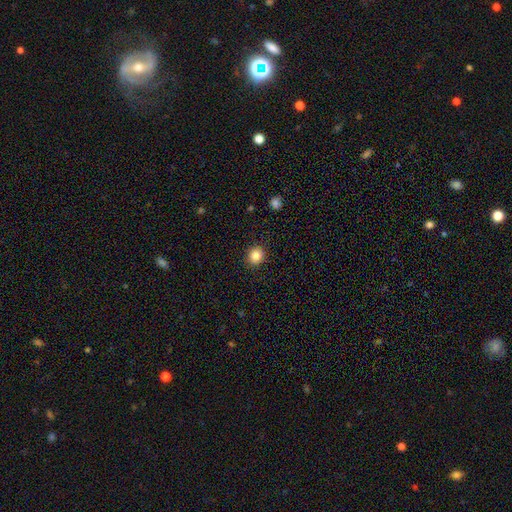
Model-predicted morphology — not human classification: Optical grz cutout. It shows a smooth galaxy with no disk features (85%) that is round (86%). Merging: none (92%).